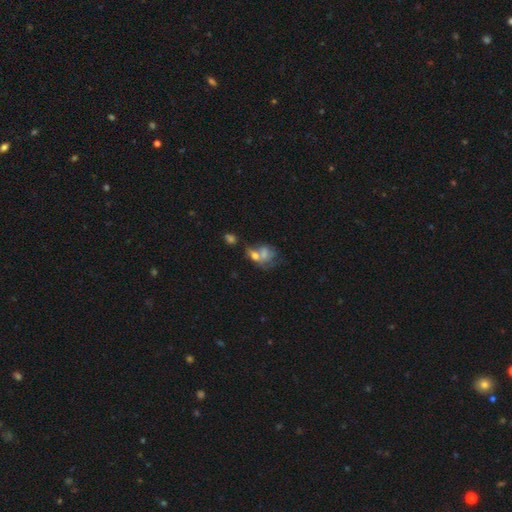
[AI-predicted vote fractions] Smooth or featured? smooth (52%)
How rounded? in between (69%)
Merging? merger (50%)